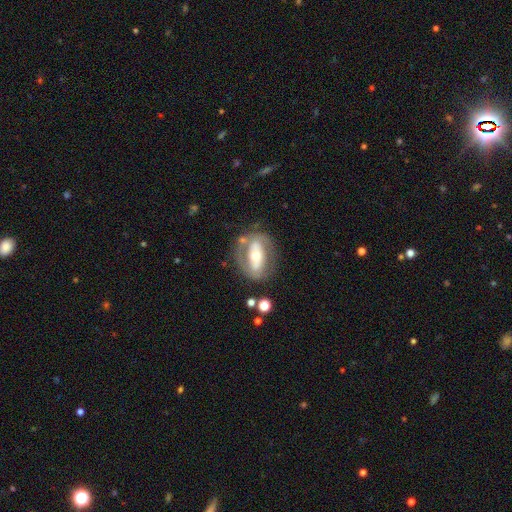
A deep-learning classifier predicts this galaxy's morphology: smooth-or-featured: featured or disk: 67% | smooth: 27% | star or artifact: 6%
  disk-edge-on: no: 90% | yes: 10%
    bar: strong: 42% | no: 37% | weak: 20%
    has-spiral-arms: no: 62% | yes: 38%
    bulge-size: moderate: 61% | small: 27% | large: 9% | dominant: 1% | none: 1%
  merging: none: 67% | minor disturbance: 17% | major disturbance: 11% | merger: 5%